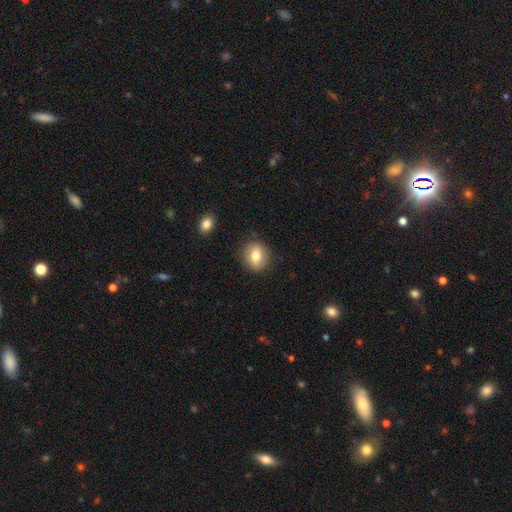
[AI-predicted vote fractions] Morphology: type=smooth (75%); roundness=round (68%); merging=none (86%).